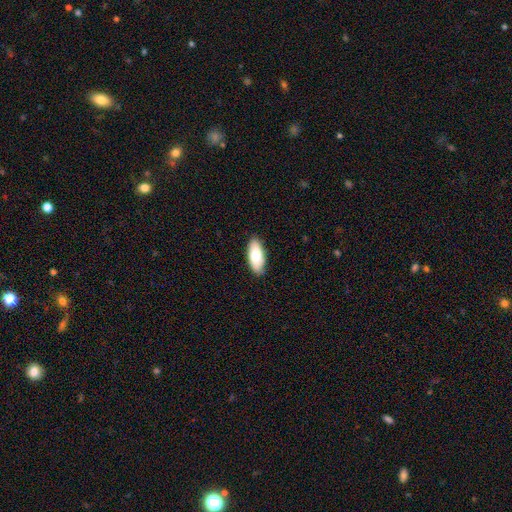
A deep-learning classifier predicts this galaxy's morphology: A smooth galaxy with no disk features (78%) that is in between round and cigar-shaped (84%). Merging: none (87%).